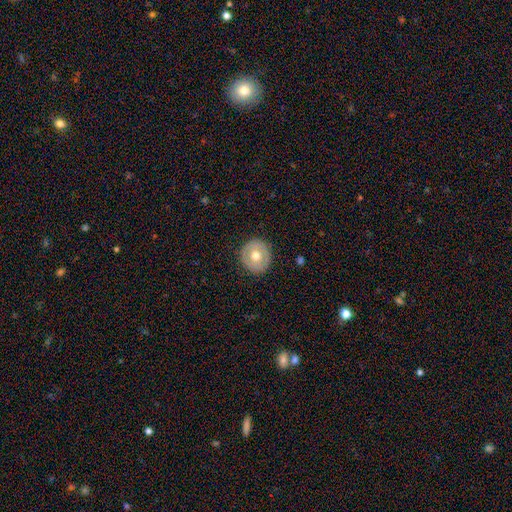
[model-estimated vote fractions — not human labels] Smooth or featured? smooth (58%)
How rounded? round (90%)
Merging? none (89%)